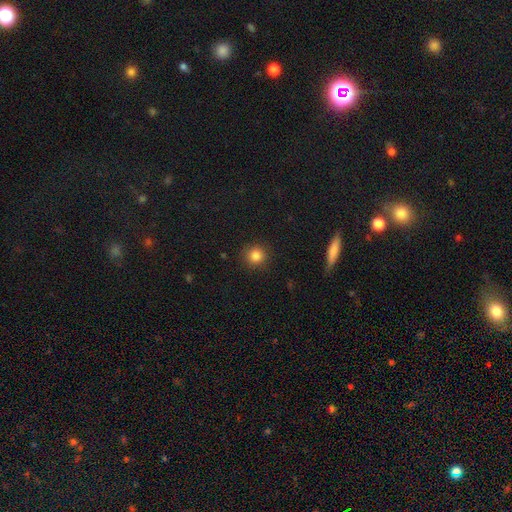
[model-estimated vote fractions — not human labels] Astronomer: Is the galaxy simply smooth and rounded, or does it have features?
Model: smooth — 84%.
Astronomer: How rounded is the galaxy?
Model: round — 93%.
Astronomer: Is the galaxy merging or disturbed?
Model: none — 90%.